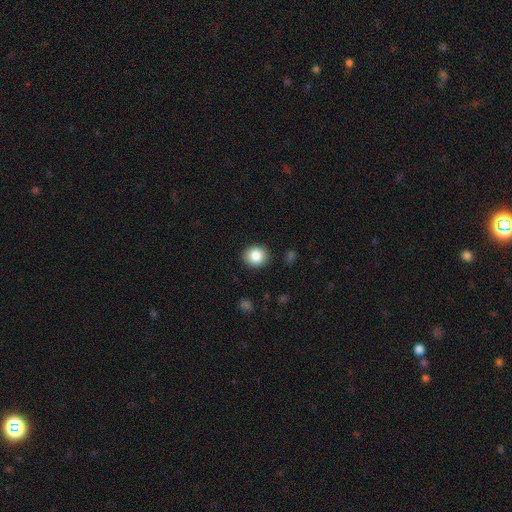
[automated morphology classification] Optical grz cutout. It shows a smooth galaxy with no disk features (85%) that is round (82%). Merging: none (90%).